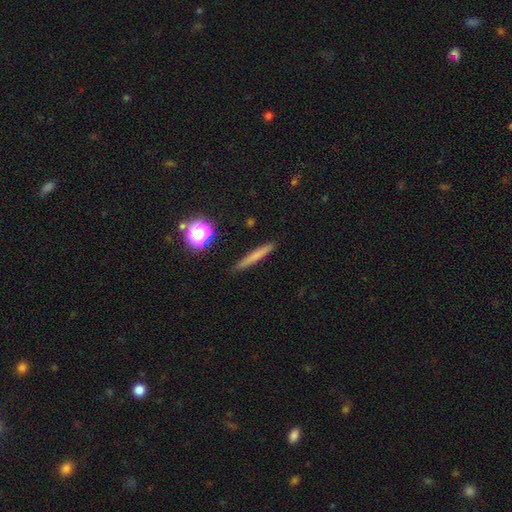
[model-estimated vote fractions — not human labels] A smooth galaxy with no disk features (65%) that is cigar-shaped (93%).

Vote fractions:
- Smooth or featured? smooth: 65% / featured or disk: 25% / star or artifact: 10%
- How rounded? cigar-shaped: 93% / in between: 4% / round: 3%
- Merging? none: 88% / minor disturbance: 8% / major disturbance: 2% / merger: 1%